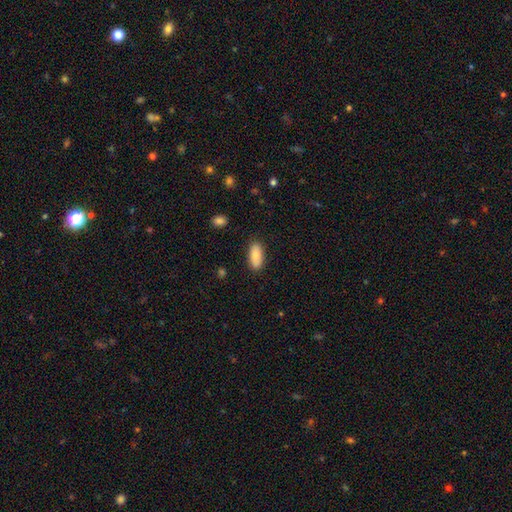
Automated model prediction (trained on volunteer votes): Smooth or featured: smooth — 84% (featured or disk — 9%)
How rounded: in between — 86% (cigar-shaped — 12%)
Merging: none — 87% (minor disturbance — 10%)